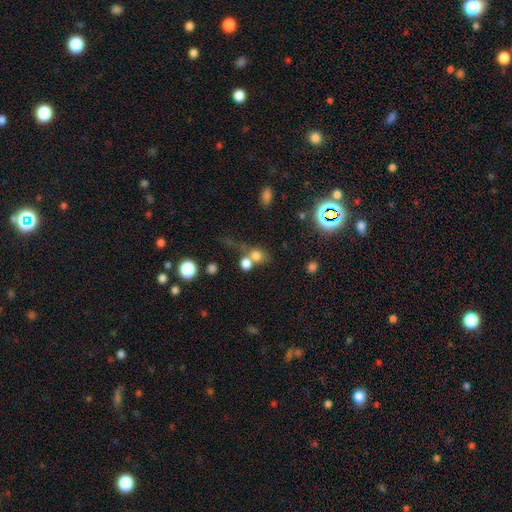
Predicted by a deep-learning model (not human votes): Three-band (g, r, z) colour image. It shows a smooth galaxy with no disk features (73%) that is round (65%). Merging: merger (49%).